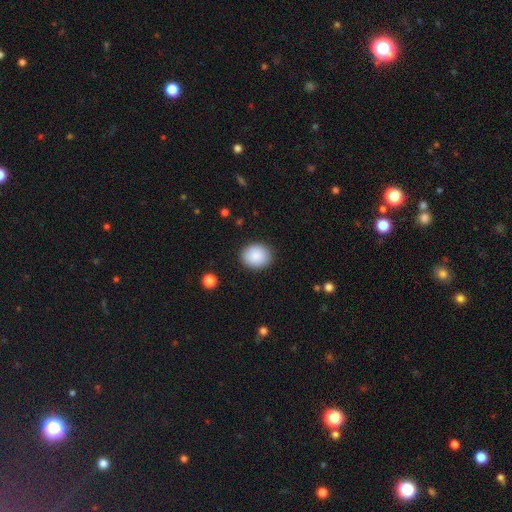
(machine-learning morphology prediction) smooth_or_featured: smooth (p=0.88) [alt: star or artifact p=0.07]
how_rounded: round (p=0.68) [alt: in between p=0.31]
merging: none (p=0.89) [alt: minor disturbance p=0.08]